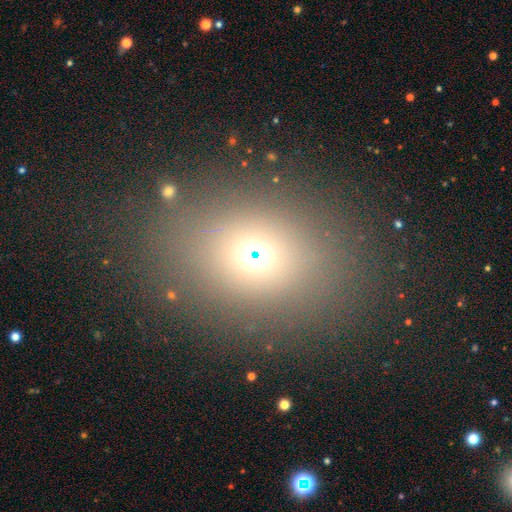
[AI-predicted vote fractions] Smooth or featured? smooth (61%)
How rounded? in between (57%)
Merging? none (80%)